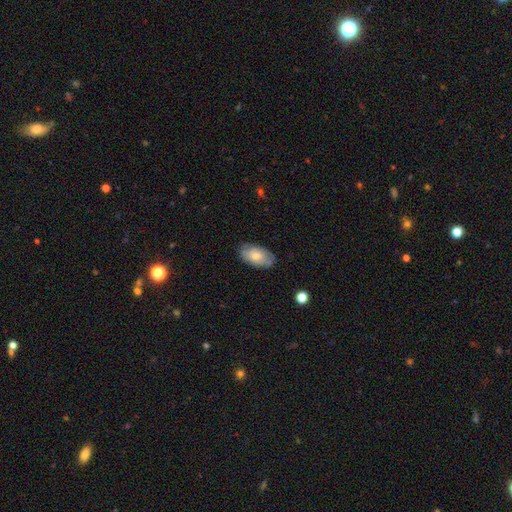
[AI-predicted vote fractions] Smooth or featured: smooth — 47% (featured or disk — 46%)
Merging: none — 78% (minor disturbance — 18%)